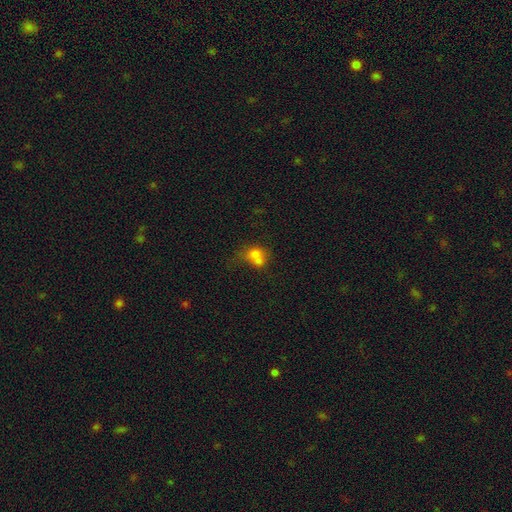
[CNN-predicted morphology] A smooth galaxy with no disk features (69%) that is round (54%). Merging: merger (56%).